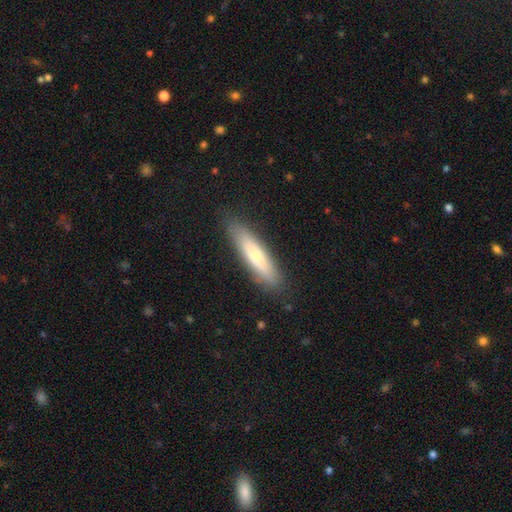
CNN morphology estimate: smooth-or-featured: smooth: 67% | featured or disk: 27% | star or artifact: 6%
  how-rounded: cigar-shaped: 77% | in between: 22% | round: 1%
  merging: none: 85% | minor disturbance: 11% | major disturbance: 2% | merger: 1%